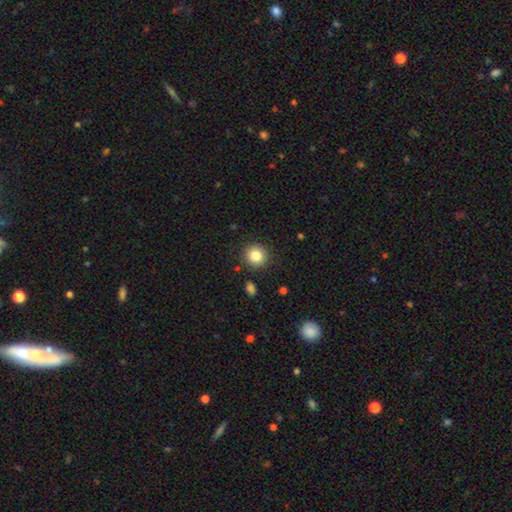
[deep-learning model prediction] Smooth or featured? Predicted: smooth (p=0.84). How rounded? Predicted: round (p=0.92). Merging? Predicted: none (p=0.88).